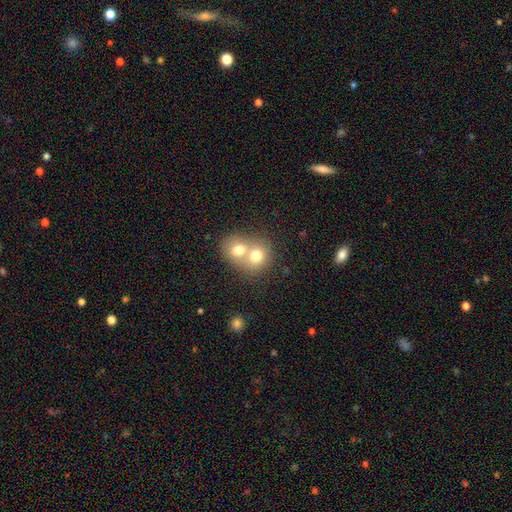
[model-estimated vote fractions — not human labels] smooth_or_featured: smooth (p=0.71) [alt: featured or disk p=0.18]
how_rounded: round (p=0.71) [alt: in between p=0.28]
merging: merger (p=0.69) [alt: none p=0.24]